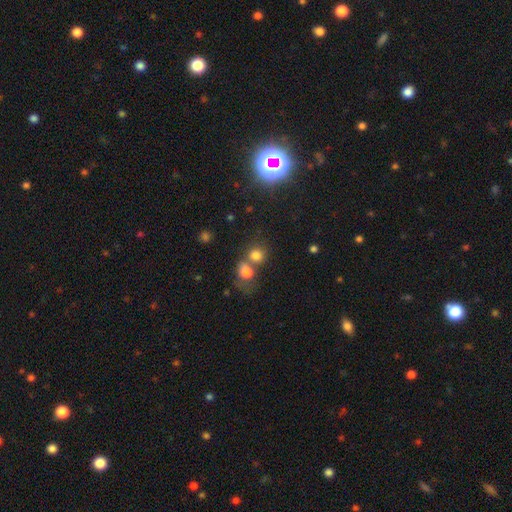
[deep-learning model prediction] Smooth or featured? Predicted: smooth (p=0.77). How rounded? Predicted: round (p=0.72). Merging? Predicted: merger (p=0.47).